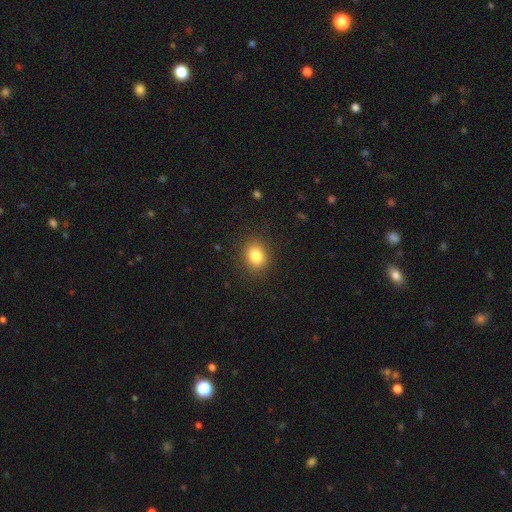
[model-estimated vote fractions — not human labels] Smooth or featured? Predicted: smooth (p=0.83). How rounded? Predicted: round (p=0.56). Merging? Predicted: none (p=0.89).